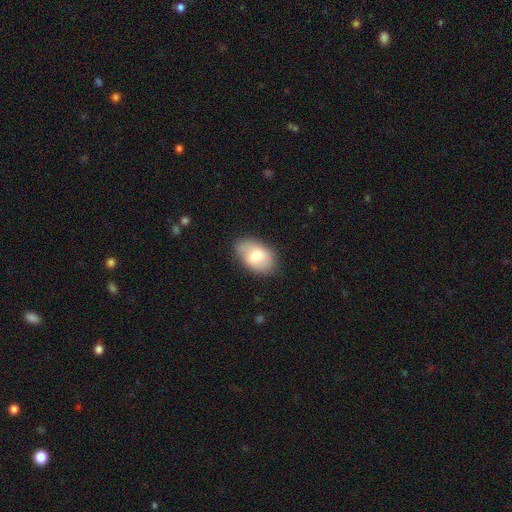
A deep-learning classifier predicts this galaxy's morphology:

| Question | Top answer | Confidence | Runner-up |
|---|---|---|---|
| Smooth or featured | smooth | 71% | featured or disk (22%) |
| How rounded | in between | 90% | round (8%) |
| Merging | none | 78% | minor disturbance (17%) |